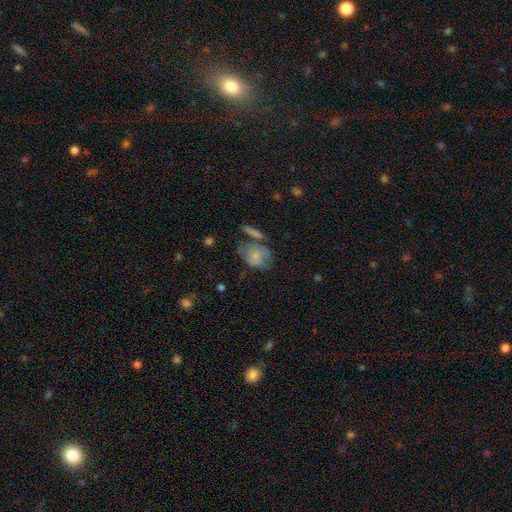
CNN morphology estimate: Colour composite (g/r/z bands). It shows a smooth galaxy with no disk features (65%) that is in between round and cigar-shaped (58%). Merging: none (40%).